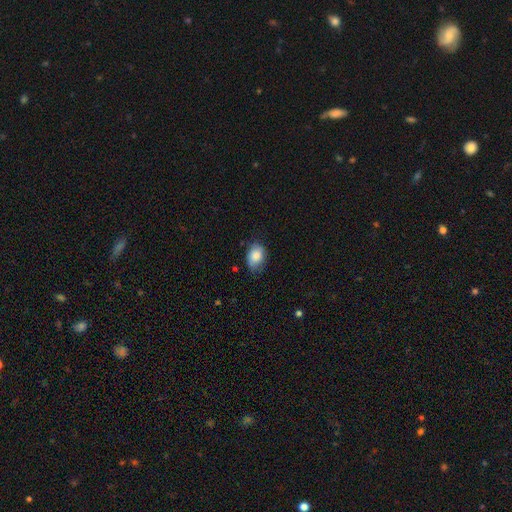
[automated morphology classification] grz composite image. It shows a smooth galaxy with no disk features (83%) that is in between round and cigar-shaped (79%). Merging: none (69%).